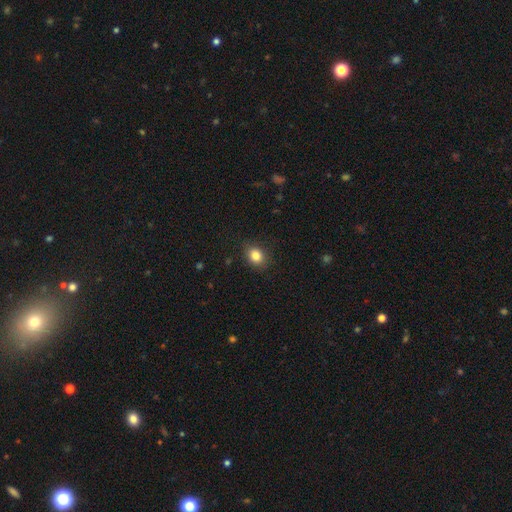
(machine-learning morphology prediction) Smooth or featured?
  - smooth: 84% *
  - star or artifact: 10%
  - featured or disk: 6%
How rounded?
  - round: 50% *
  - in between: 49%
  - cigar-shaped: 1%
Merging?
  - none: 86% *
  - minor disturbance: 10%
  - major disturbance: 3%
  - merger: 1%